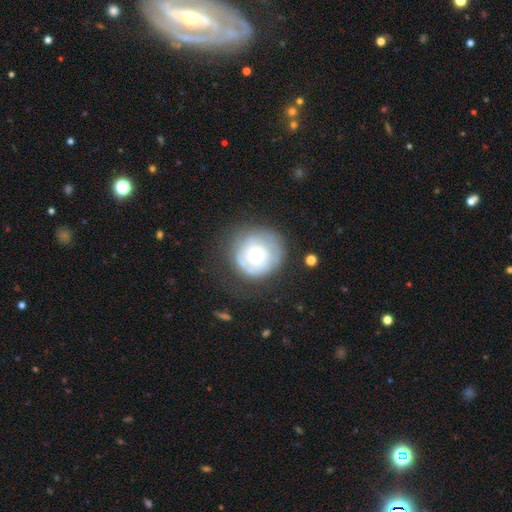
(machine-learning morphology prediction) Q: Smooth or featured?
A: featured or disk (64%); runner-up: smooth (29%)
Q: Edge-on disk?
A: no (97%); runner-up: yes (3%)
Q: Bar?
A: no (77%); runner-up: weak (19%)
Q: Spiral arms?
A: yes (78%); runner-up: no (22%)
Q: Bulge size?
A: moderate (65%); runner-up: small (19%)
Q: Merging?
A: none (69%); runner-up: minor disturbance (18%)